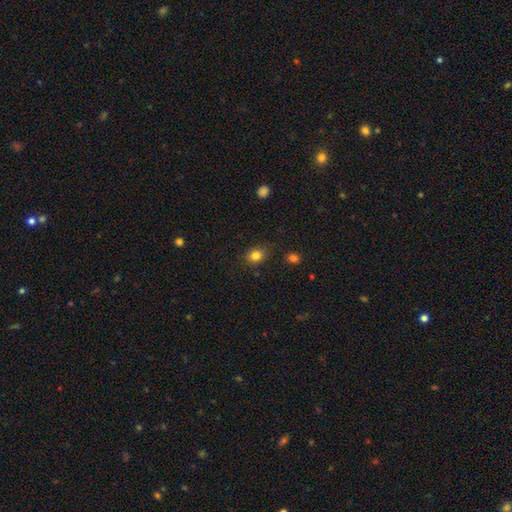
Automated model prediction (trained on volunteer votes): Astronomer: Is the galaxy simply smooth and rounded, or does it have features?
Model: smooth — 82%.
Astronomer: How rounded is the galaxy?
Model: in between — 50% (runner-up: round, 49%).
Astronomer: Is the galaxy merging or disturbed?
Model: none — 82%.